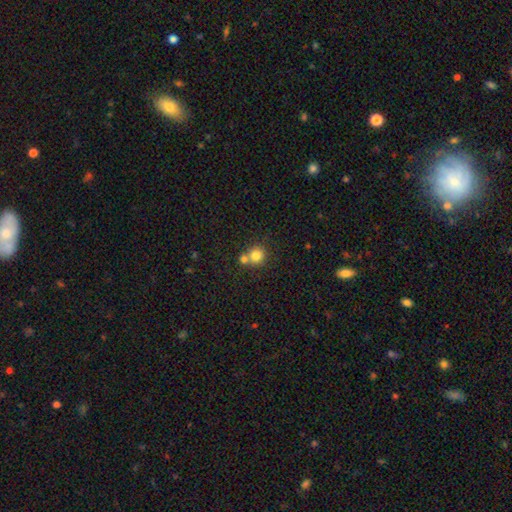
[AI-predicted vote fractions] This is clearly a smooth galaxy (80%). How rounded: clearly round (88%). Merging: possibly none (50%).